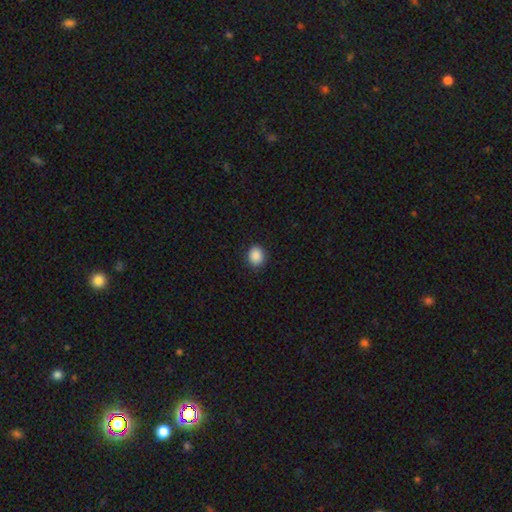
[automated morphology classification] Smooth or featured? smooth (89%)
How rounded? round (66%)
Merging? none (89%)